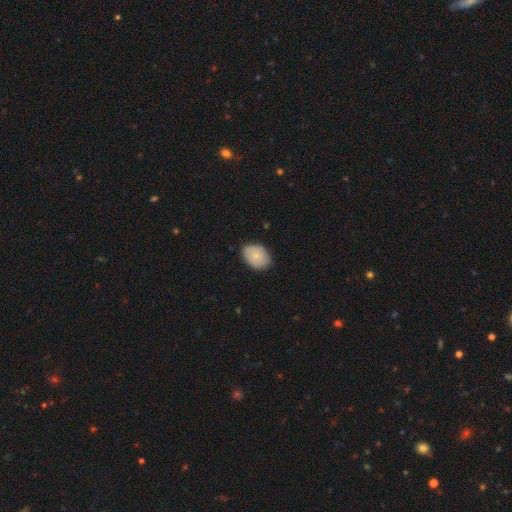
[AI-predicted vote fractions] smooth-or-featured: smooth: 73% | featured or disk: 21% | star or artifact: 6%
  how-rounded: in between: 73% | round: 26% | cigar-shaped: 1%
  merging: none: 80% | minor disturbance: 16% | major disturbance: 3% | merger: 1%